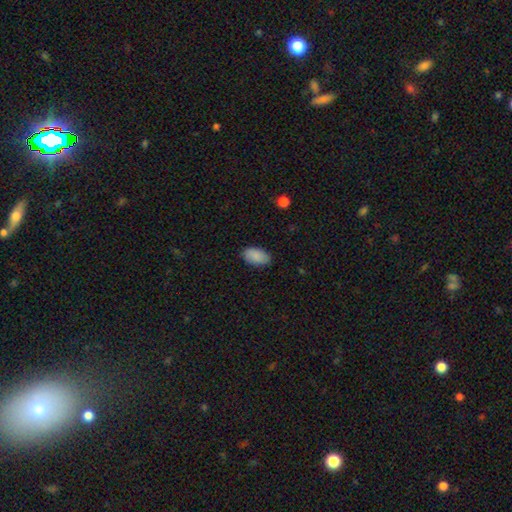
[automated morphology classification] A smooth galaxy with no disk features (89%) that is in between round and cigar-shaped (94%).

Vote fractions:
- Smooth or featured? smooth: 89% / star or artifact: 7% / featured or disk: 5%
- How rounded? in between: 94% / round: 4% / cigar-shaped: 2%
- Merging? none: 86% / minor disturbance: 11% / major disturbance: 2% / merger: 1%